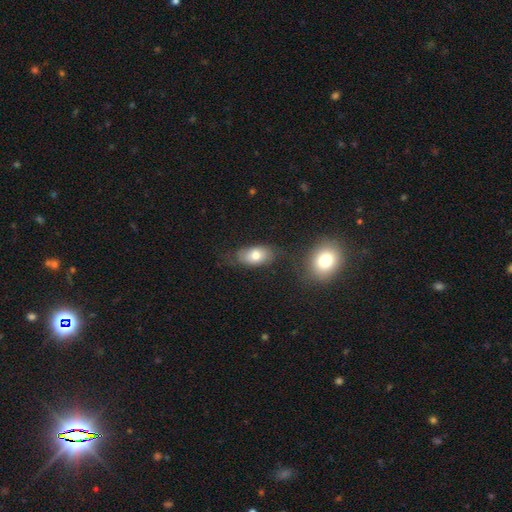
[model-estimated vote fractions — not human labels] Overall: smooth (71%). How rounded: in between (88%). Merging: none (66%).